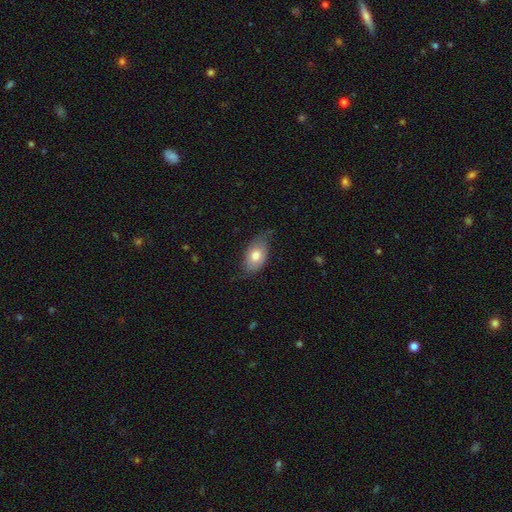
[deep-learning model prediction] This appears to be a smooth galaxy with no disk features (69%) that is in between round and cigar-shaped (88%). Merging: none (55%).